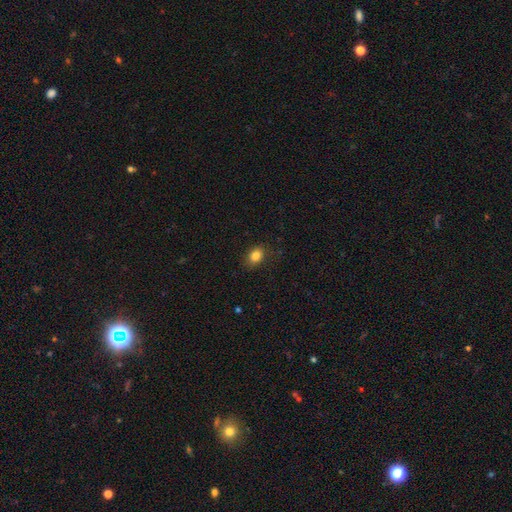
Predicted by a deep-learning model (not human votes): Smooth or featured? smooth (84%)
How rounded? in between (71%)
Merging? none (84%)